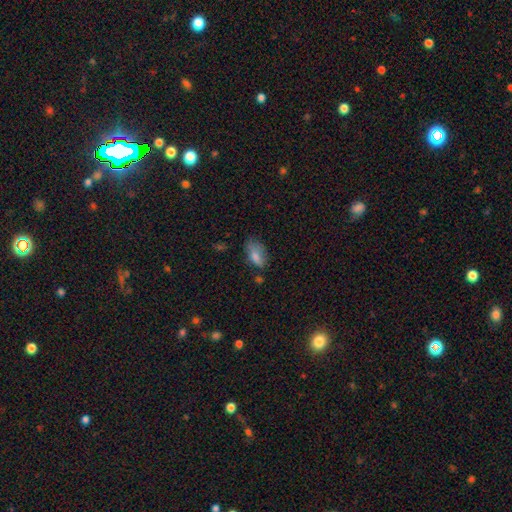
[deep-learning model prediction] Q: Smooth or featured?
A: smooth (78%); runner-up: featured or disk (12%)
Q: How rounded?
A: in between (88%); runner-up: cigar-shaped (7%)
Q: Merging?
A: none (48%); runner-up: minor disturbance (33%)